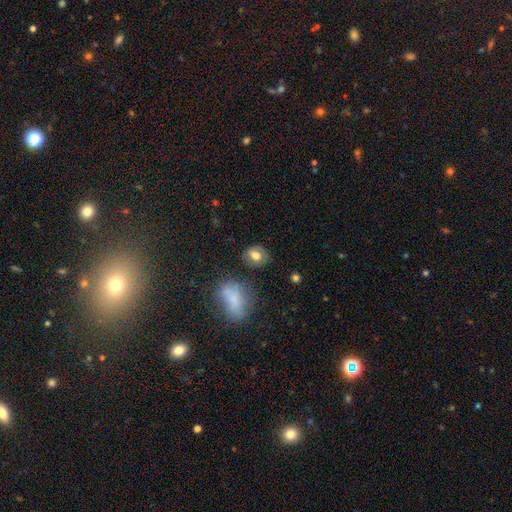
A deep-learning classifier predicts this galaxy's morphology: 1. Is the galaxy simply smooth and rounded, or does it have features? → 73% smooth, 17% featured or disk, 9% star or artifact.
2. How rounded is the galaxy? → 50% round, 49% in between, 2% cigar-shaped.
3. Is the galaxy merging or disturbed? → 77% none, 14% minor disturbance, 4% major disturbance, 4% merger.